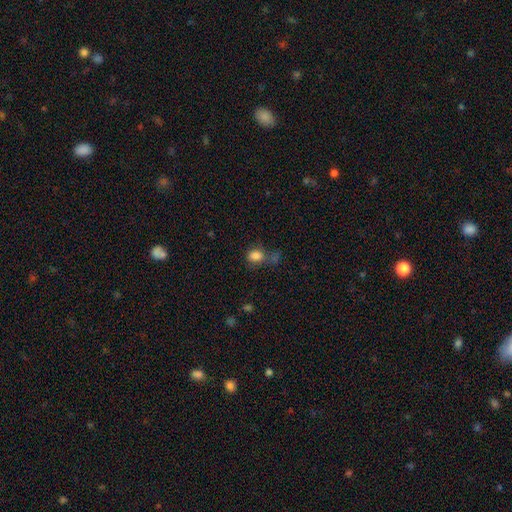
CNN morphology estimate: This appears to be a smooth galaxy with no disk features (82%) that is in between round and cigar-shaped (60%). Merging: none (44%).